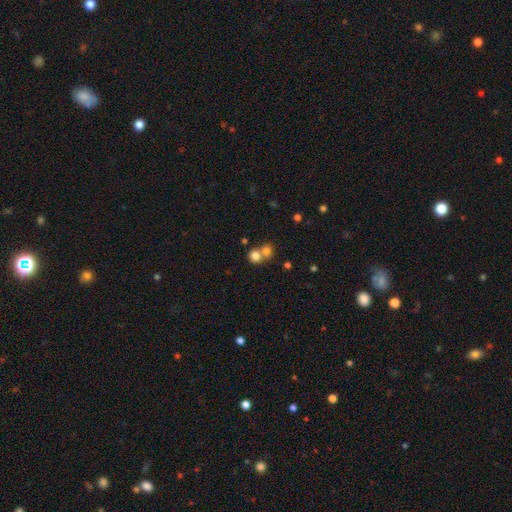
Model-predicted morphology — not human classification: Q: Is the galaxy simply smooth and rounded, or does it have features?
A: smooth — 79%.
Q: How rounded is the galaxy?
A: round — 84%.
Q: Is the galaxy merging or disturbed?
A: merger — 51%.